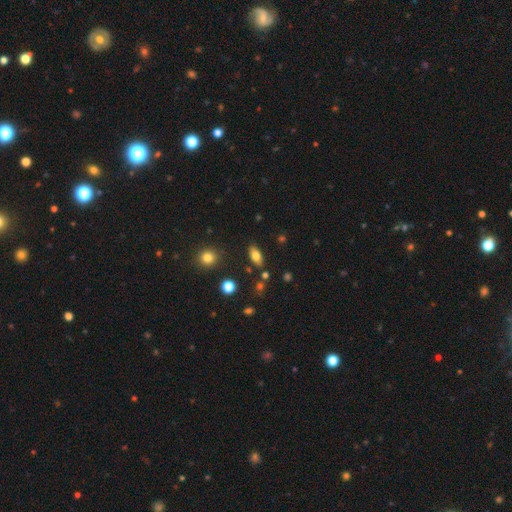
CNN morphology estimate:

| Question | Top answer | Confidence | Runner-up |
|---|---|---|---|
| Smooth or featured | smooth | 77% | featured or disk (14%) |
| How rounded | in between | 88% | cigar-shaped (7%) |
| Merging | none | 83% | minor disturbance (11%) |